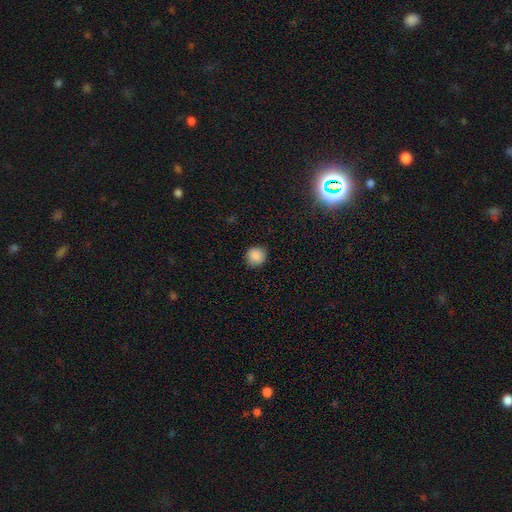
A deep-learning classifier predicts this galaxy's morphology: This is clearly a smooth galaxy (87%). How rounded: clearly round (92%). Merging: clearly none (90%).